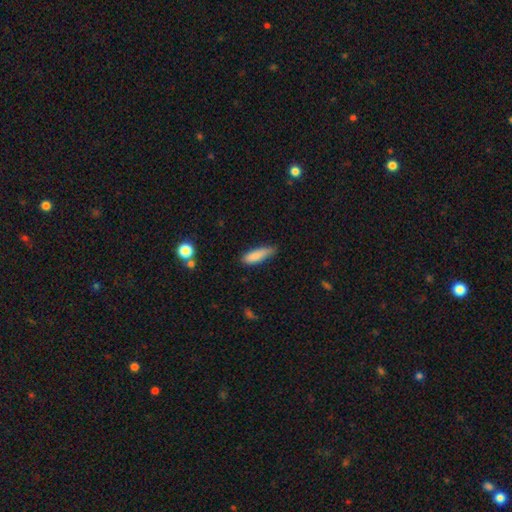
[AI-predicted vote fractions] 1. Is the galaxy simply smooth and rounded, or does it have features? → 85% smooth, 8% featured or disk, 7% star or artifact.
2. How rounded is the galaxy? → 57% cigar-shaped, 41% in between, 2% round.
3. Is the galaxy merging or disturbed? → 61% none, 31% minor disturbance, 5% major disturbance, 2% merger.